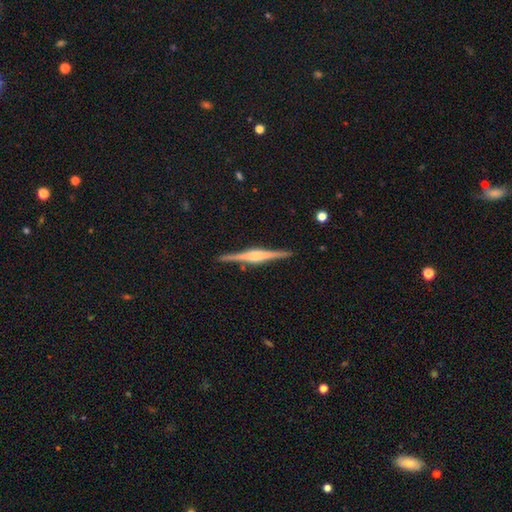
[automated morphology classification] Q: Smooth or featured?
A: featured or disk (83%); runner-up: smooth (12%)
Q: Edge-on disk?
A: yes (99%); runner-up: no (1%)
Q: Edge-on bulge?
A: rounded (69%); runner-up: boxy (25%)
Q: Merging?
A: none (91%); runner-up: minor disturbance (6%)